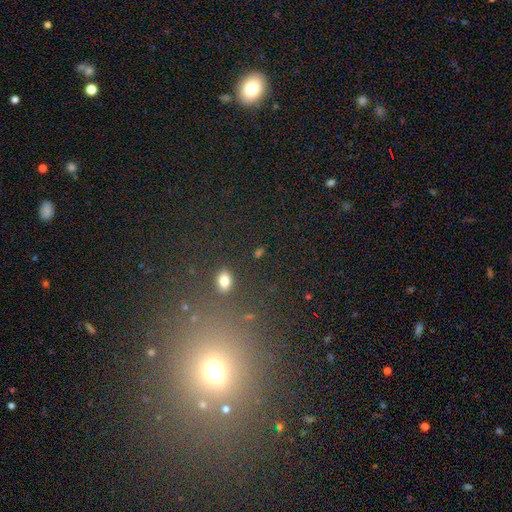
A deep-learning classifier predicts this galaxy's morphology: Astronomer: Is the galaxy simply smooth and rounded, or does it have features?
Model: smooth — 47% (runner-up: star or artifact, 45%).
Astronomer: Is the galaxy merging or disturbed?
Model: none — 82%.